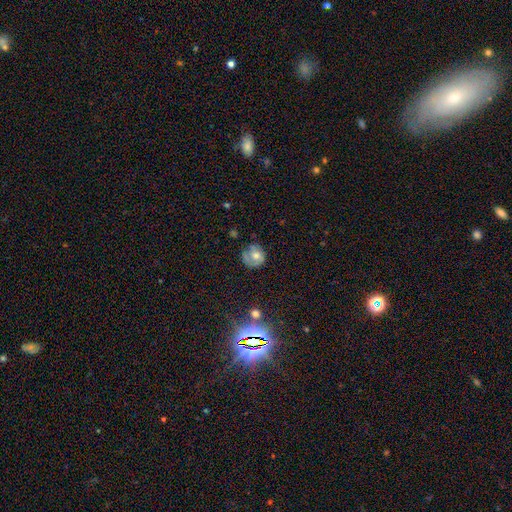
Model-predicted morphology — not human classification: Overall: smooth (47%; featured or disk 42%). Merging: none (57%; minor disturbance 28%).